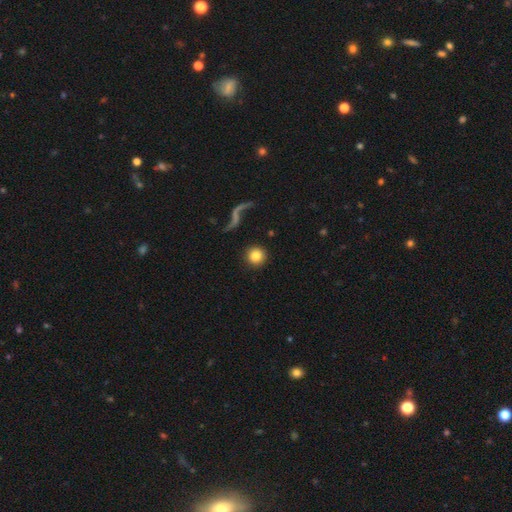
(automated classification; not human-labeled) Smooth or featured: smooth — 80% (featured or disk — 11%)
How rounded: round — 96% (in between — 3%)
Merging: none — 89% (minor disturbance — 5%)